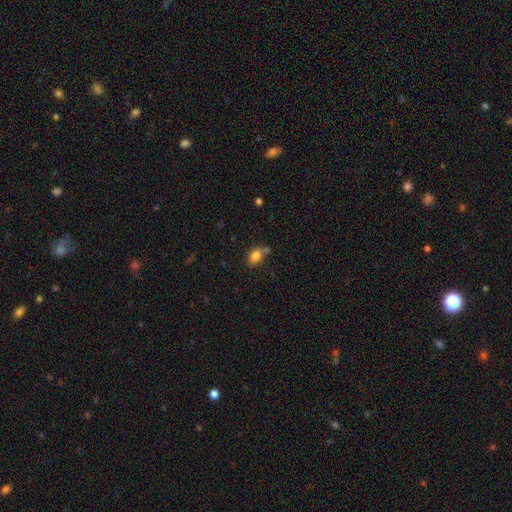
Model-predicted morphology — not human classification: Smooth or featured? Predicted: smooth (p=0.83). How rounded? Predicted: in between (p=0.82). Merging? Predicted: none (p=0.57).